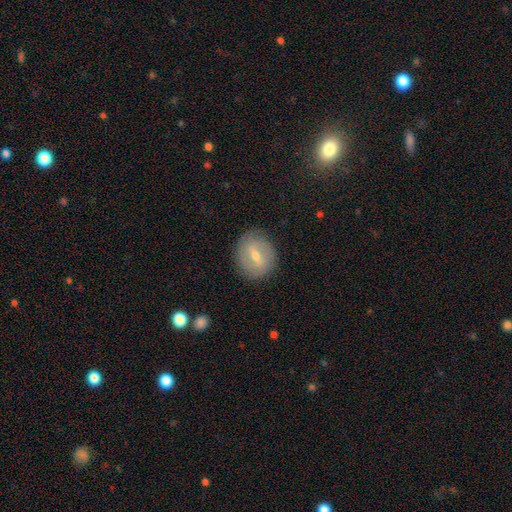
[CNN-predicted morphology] A featured or disk galaxy (49%).

Vote fractions:
- Smooth or featured? featured or disk: 49% / smooth: 42% / star or artifact: 9%
- Merging? none: 85% / minor disturbance: 11% / major disturbance: 3% / merger: 1%